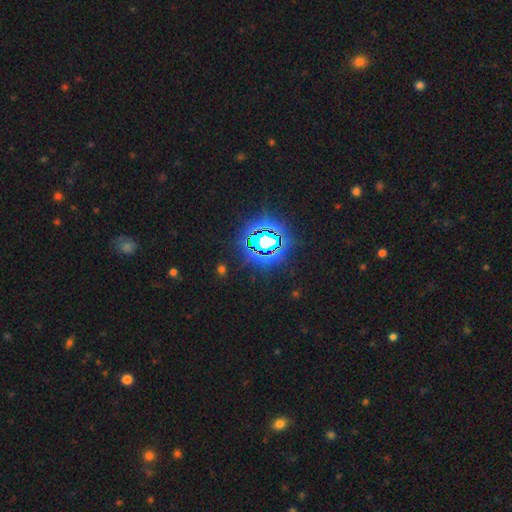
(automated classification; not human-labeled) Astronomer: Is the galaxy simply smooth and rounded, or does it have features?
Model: star or artifact — 83%.